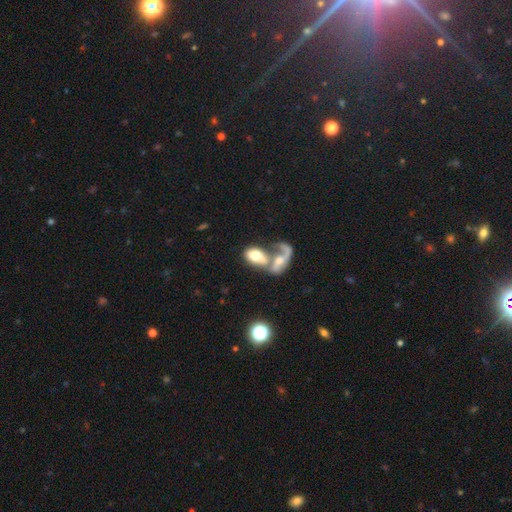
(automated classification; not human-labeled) Overall: smooth (57%; featured or disk 36%). How rounded: in between (87%). Merging: merger (73%).